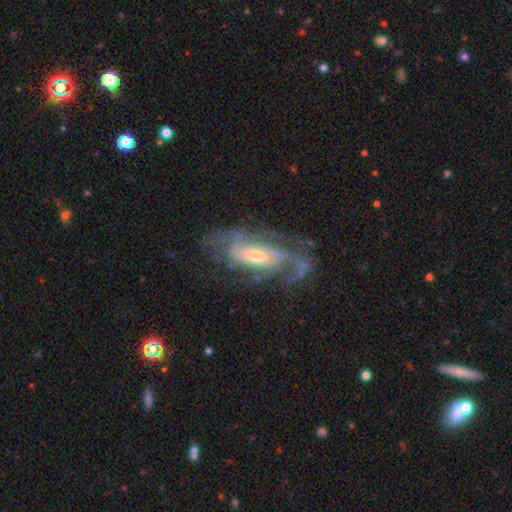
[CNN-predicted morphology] Smooth or featured? featured or disk (83%)
Edge-on disk? no (92%)
Bar? no (50%)
Spiral arms? yes (91%)
Spiral winding? medium (41%)
Spiral arm count? 2 (34%)
Bulge size? moderate (51%)
Merging? none (58%)